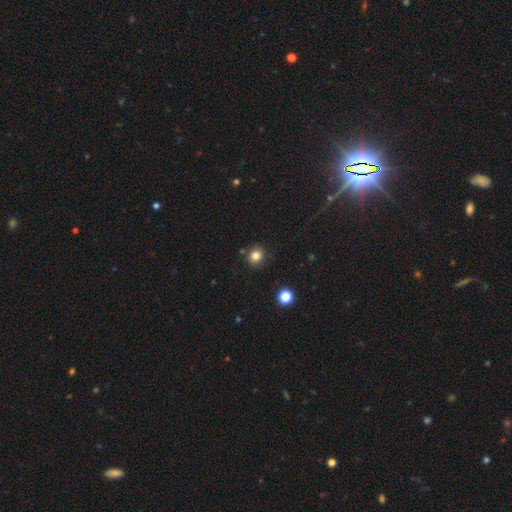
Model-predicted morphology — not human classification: This appears to be a smooth galaxy with no disk features (83%) that is round (81%). Merging: none (85%).